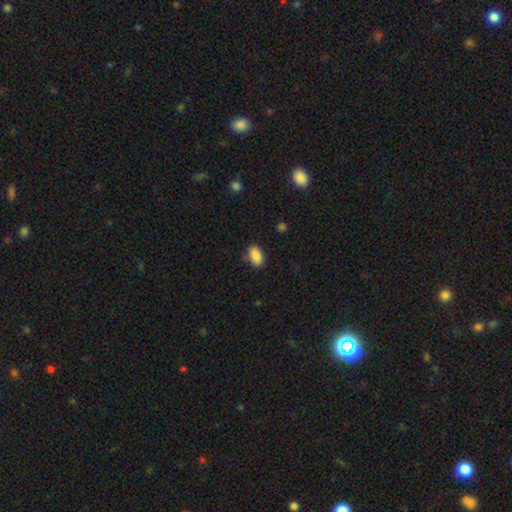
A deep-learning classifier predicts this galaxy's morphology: This appears to be a smooth galaxy with no disk features (88%) that is in between round and cigar-shaped (92%). Merging: none (77%).